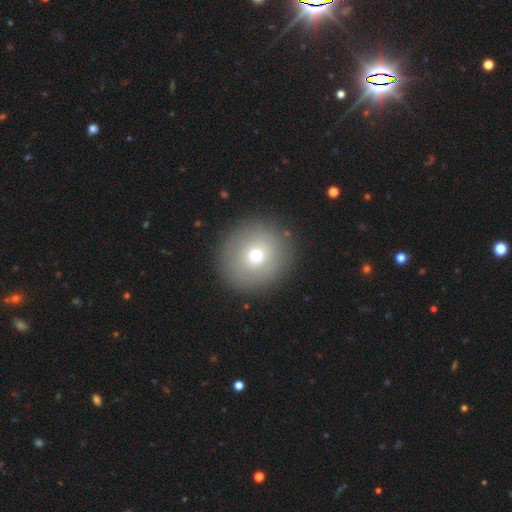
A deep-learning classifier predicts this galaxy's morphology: smooth_or_featured: smooth (p=0.69) [alt: featured or disk p=0.19]
how_rounded: round (p=0.92) [alt: in between p=0.07]
merging: none (p=0.88) [alt: minor disturbance p=0.07]